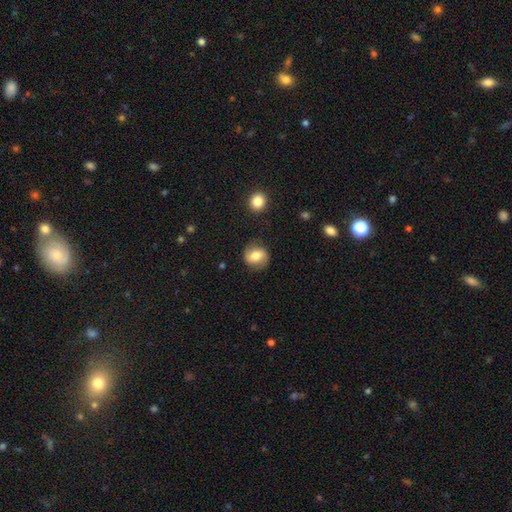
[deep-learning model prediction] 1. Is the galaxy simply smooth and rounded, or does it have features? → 64% smooth, 28% featured or disk, 8% star or artifact.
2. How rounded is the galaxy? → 75% round, 24% in between, 1% cigar-shaped.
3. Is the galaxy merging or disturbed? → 81% none, 13% minor disturbance, 4% major disturbance, 2% merger.